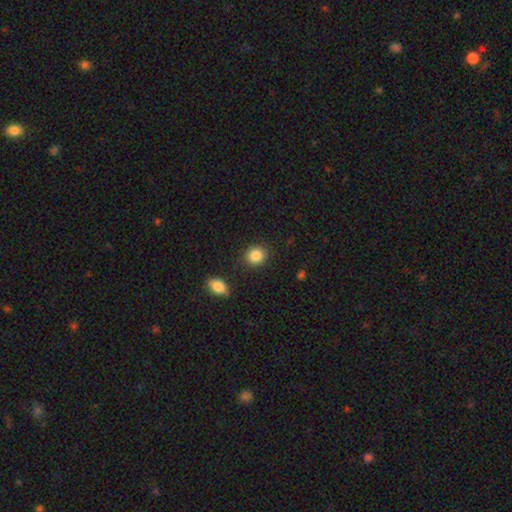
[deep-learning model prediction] The model was most divided on "how rounded": round: 79%, in between: 20%, cigar-shaped: 1%. More confident: smooth or featured — smooth (87%); merging — none (87%).